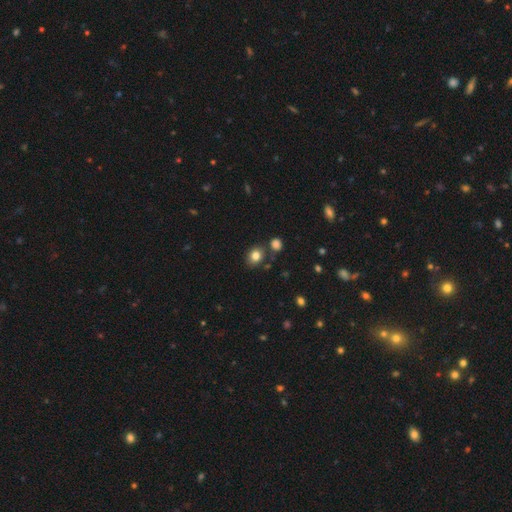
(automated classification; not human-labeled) The model was most divided on "how rounded": round: 51%, in between: 48%, cigar-shaped: 1%. More confident: smooth or featured — smooth (82%); merging — none (76%).